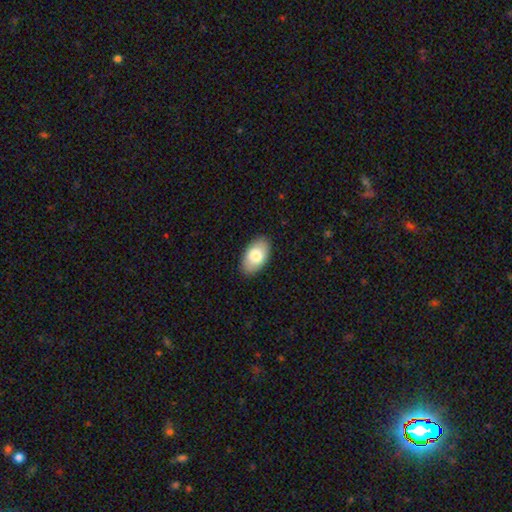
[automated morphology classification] Smooth or featured? Predicted: smooth (p=0.80). How rounded? Predicted: in between (p=0.94). Merging? Predicted: none (p=0.87).